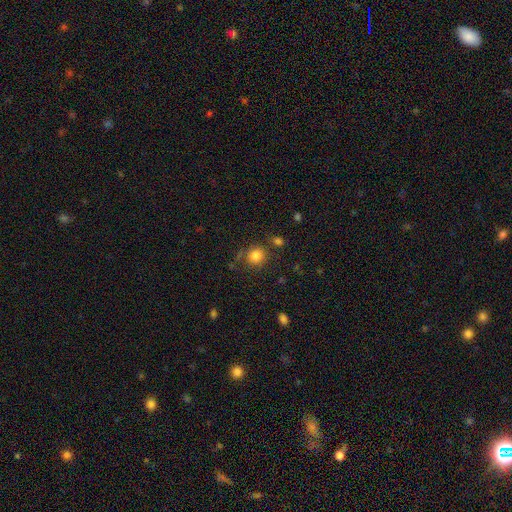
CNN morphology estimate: Smooth or featured? Predicted: smooth (p=0.83). How rounded? Predicted: round (p=0.90). Merging? Predicted: none (p=0.75).